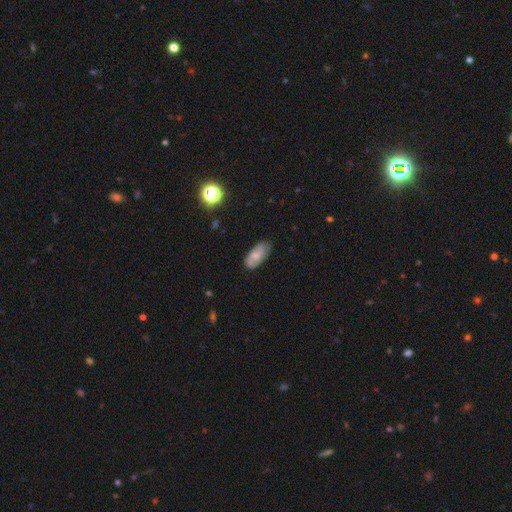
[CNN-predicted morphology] Overall: smooth (54%; featured or disk 39%). How rounded: in between (89%). Merging: none (76%).